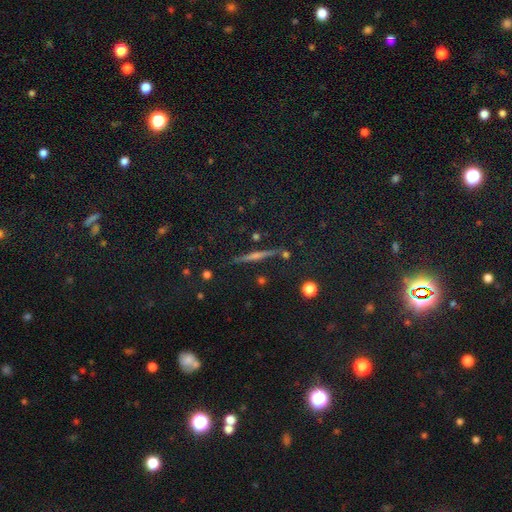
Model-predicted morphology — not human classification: type=star or artifact (57%).